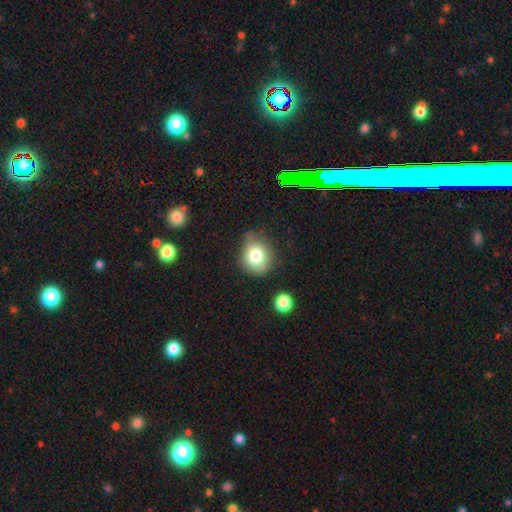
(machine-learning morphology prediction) A smooth galaxy with no disk features (78%) that is round (77%).

Vote fractions:
- Smooth or featured? smooth: 78% / star or artifact: 11% / featured or disk: 11%
- How rounded? round: 77% / in between: 22% / cigar-shaped: 1%
- Merging? none: 66% / minor disturbance: 25% / major disturbance: 6% / merger: 4%